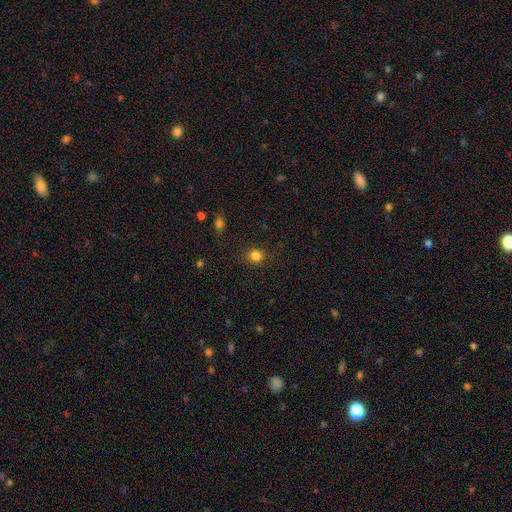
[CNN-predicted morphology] type=smooth (83%); roundness=round (88%); merging=none (89%).